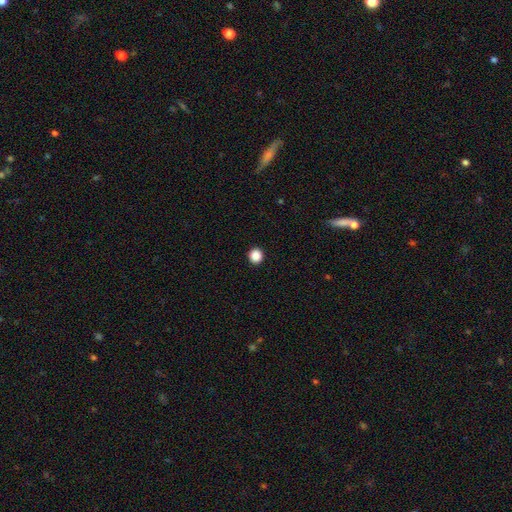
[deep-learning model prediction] Smooth or featured? Predicted: smooth (p=0.88). How rounded? Predicted: round (p=0.93). Merging? Predicted: none (p=0.94).